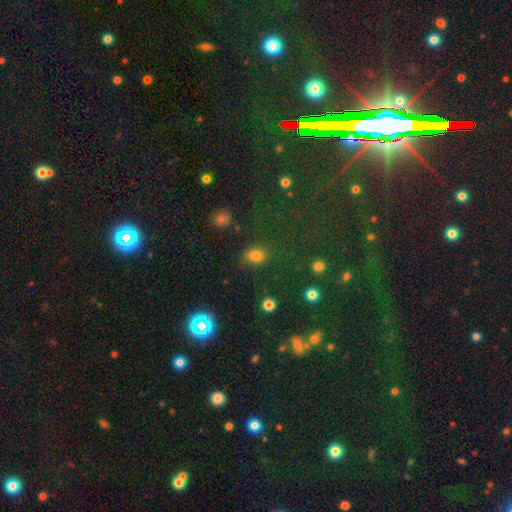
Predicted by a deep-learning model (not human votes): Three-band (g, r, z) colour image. It shows a smooth galaxy with no disk features (79%) that is in between round and cigar-shaped (57%). Merging: none (77%).